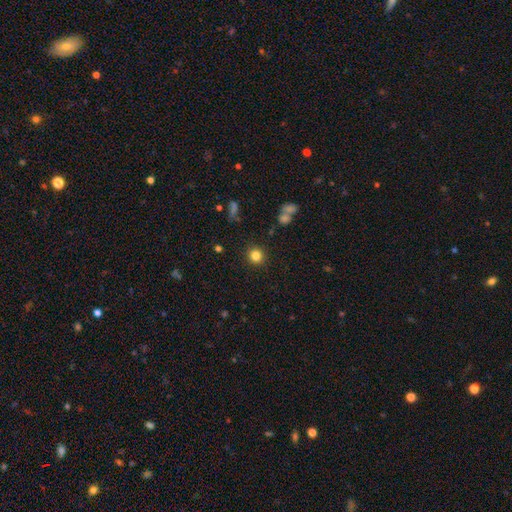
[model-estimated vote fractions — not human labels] smooth 82%, star or artifact 12%, featured or disk 6%. Down the decision tree: how rounded — round (91%); merging — none (90%).